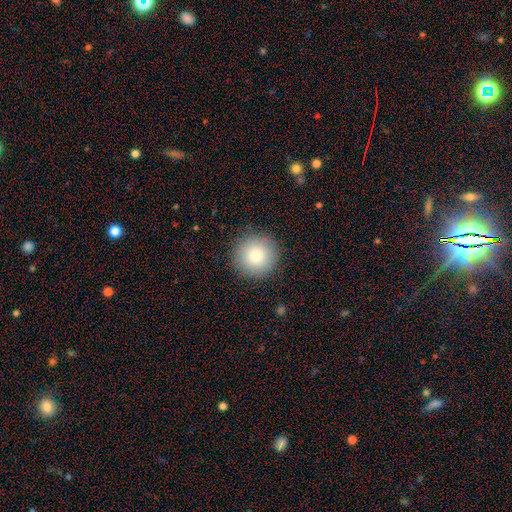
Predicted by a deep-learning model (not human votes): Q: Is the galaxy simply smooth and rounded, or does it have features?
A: smooth — 81%.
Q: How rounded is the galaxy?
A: round — 96%.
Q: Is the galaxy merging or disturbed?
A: none — 91%.